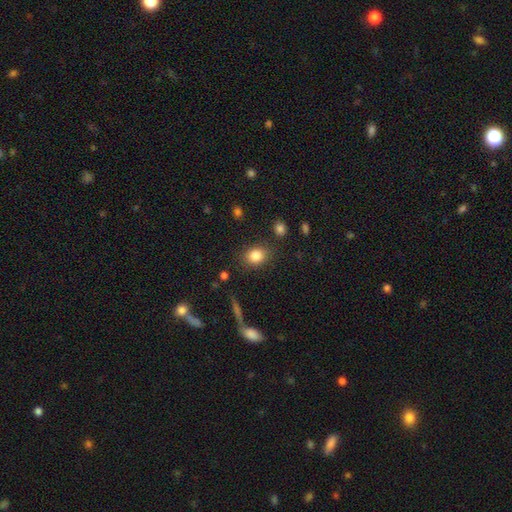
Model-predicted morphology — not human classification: The model was most divided on "how rounded": in between: 51%, round: 48%, cigar-shaped: 1%. More confident: smooth or featured — smooth (84%); merging — none (82%).